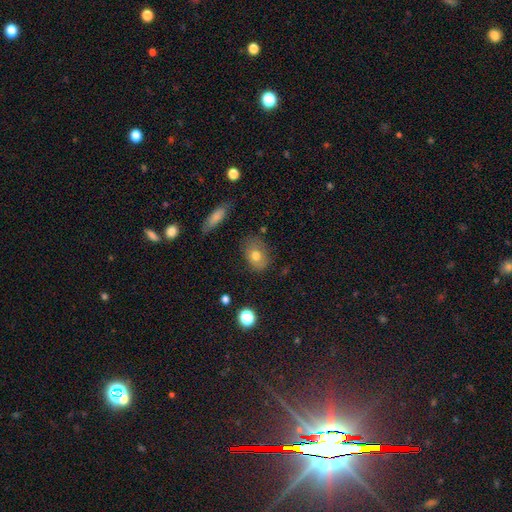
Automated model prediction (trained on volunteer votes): Q: Smooth or featured?
A: smooth (72%); runner-up: featured or disk (19%)
Q: How rounded?
A: in between (71%); runner-up: round (27%)
Q: Merging?
A: none (74%); runner-up: minor disturbance (19%)